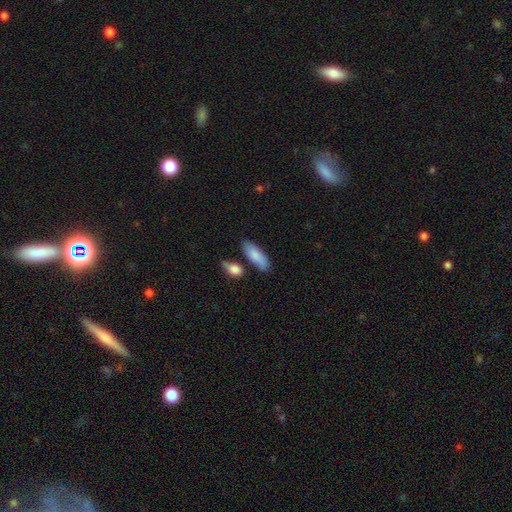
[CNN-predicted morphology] A smooth galaxy with no disk features (84%) that is in between round and cigar-shaped (70%). Merging: none (71%).